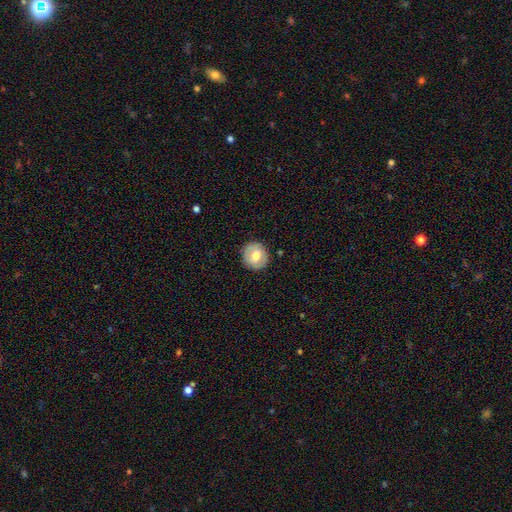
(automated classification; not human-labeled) A smooth galaxy with no disk features (68%) that is round (91%).

Vote fractions:
- Smooth or featured? smooth: 68% / featured or disk: 25% / star or artifact: 7%
- How rounded? round: 91% / in between: 8% / cigar-shaped: 1%
- Merging? none: 89% / minor disturbance: 8% / major disturbance: 2% / merger: 1%